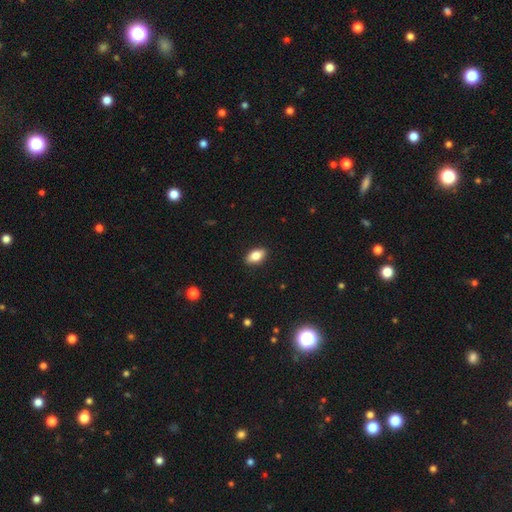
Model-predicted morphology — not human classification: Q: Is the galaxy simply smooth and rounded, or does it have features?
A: smooth — 82%.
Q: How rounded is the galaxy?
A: in between — 90%.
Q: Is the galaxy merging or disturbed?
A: none — 90%.